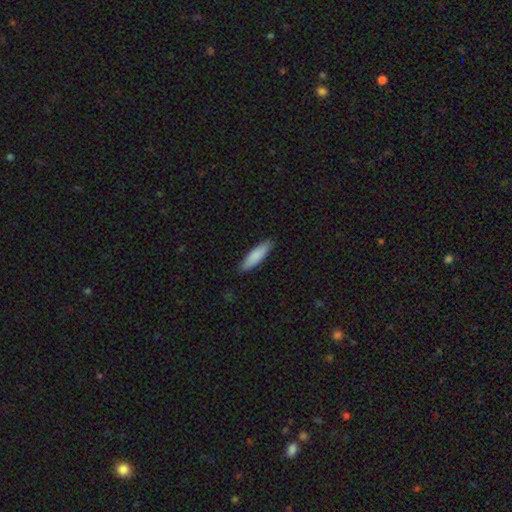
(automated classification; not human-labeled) Smooth or featured?
  - smooth: 86% *
  - featured or disk: 8%
  - star or artifact: 5%
How rounded?
  - cigar-shaped: 61% *
  - in between: 38%
  - round: 1%
Merging?
  - none: 88% *
  - minor disturbance: 10%
  - major disturbance: 2%
  - merger: 1%